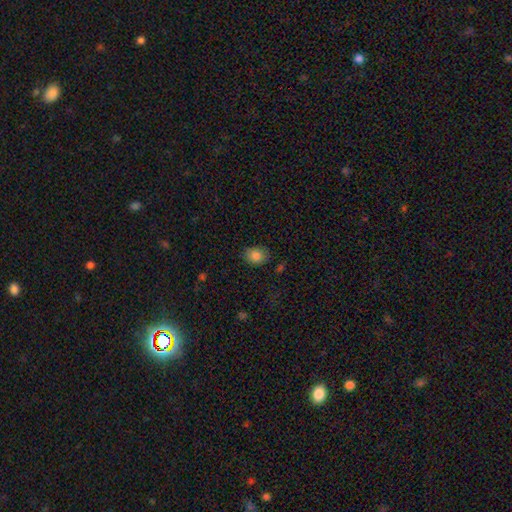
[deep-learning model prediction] smooth-or-featured: smooth: 85% | star or artifact: 9% | featured or disk: 6%
  how-rounded: in between: 64% | round: 35% | cigar-shaped: 1%
  merging: none: 78% | minor disturbance: 16% | major disturbance: 4% | merger: 2%